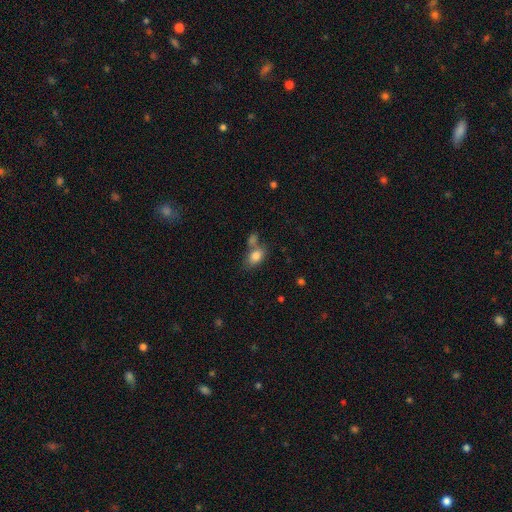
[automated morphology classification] Overall: smooth (81%). How rounded: in between (79%). Merging: none (47%; merger 33%).